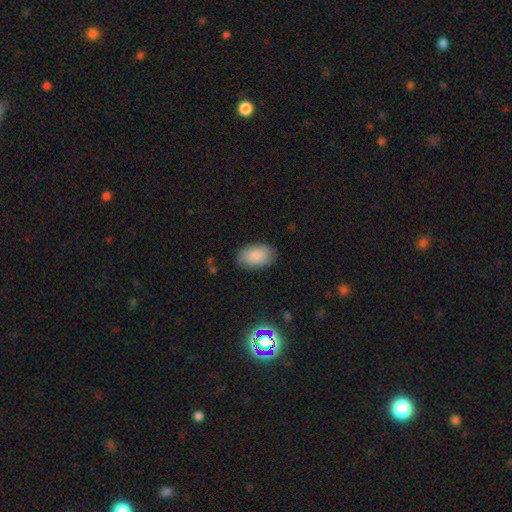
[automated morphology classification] Smooth or featured? smooth (87%)
How rounded? in between (92%)
Merging? none (83%)